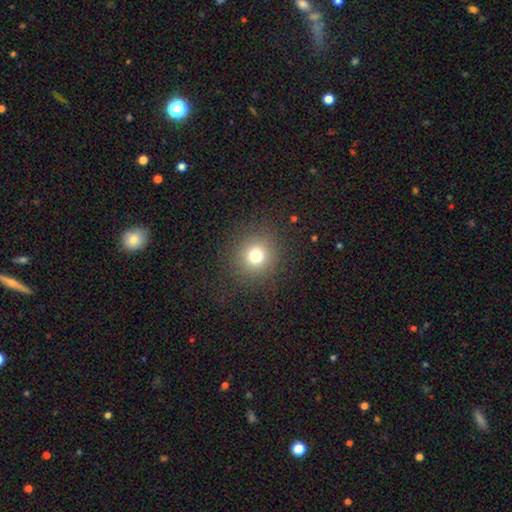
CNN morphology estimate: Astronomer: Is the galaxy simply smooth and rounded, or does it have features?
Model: smooth — 75%.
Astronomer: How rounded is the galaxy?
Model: round — 92%.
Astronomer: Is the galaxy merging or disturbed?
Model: none — 88%.